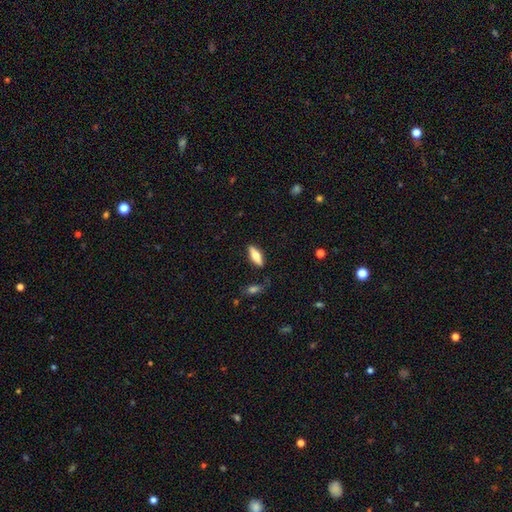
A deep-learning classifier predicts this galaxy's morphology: Q: Smooth or featured?
A: smooth (61%); runner-up: featured or disk (32%)
Q: How rounded?
A: in between (57%); runner-up: cigar-shaped (41%)
Q: Merging?
A: none (83%); runner-up: minor disturbance (12%)